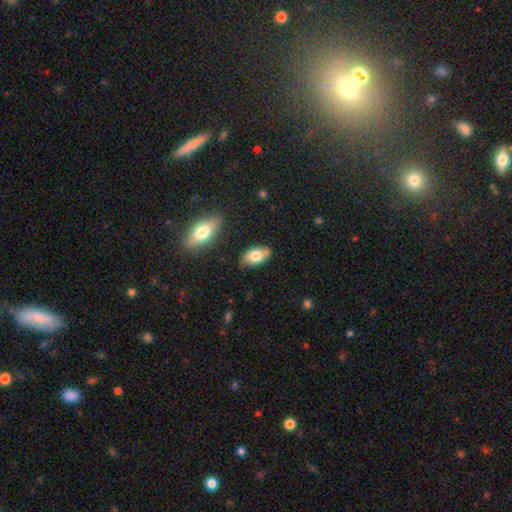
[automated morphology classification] Smooth or featured? smooth (78%)
How rounded? in between (93%)
Merging? none (76%)